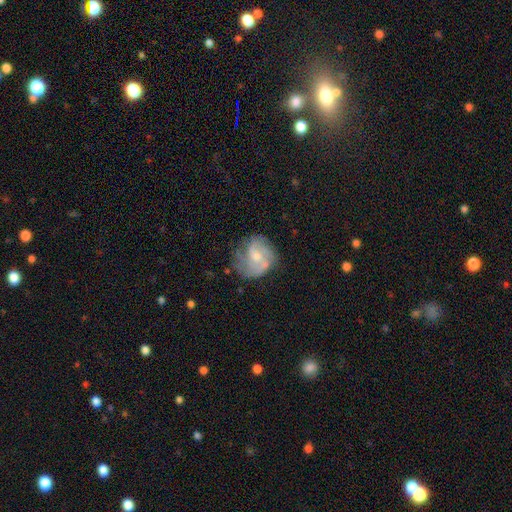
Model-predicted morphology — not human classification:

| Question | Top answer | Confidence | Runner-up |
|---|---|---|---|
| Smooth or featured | featured or disk | 71% | smooth (21%) |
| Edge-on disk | no | 98% | yes (2%) |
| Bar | no | 58% | weak (37%) |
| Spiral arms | yes | 88% | no (12%) |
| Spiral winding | medium | 44% | tight (38%) |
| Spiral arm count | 2 | 31% | 3 (27%) |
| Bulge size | moderate | 47% | small (44%) |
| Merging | none | 64% | minor disturbance (22%) |